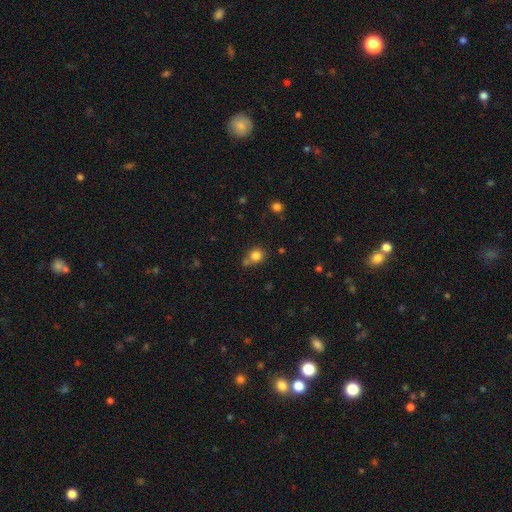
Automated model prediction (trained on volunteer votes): smooth-or-featured: smooth: 81% | star or artifact: 13% | featured or disk: 6%
  how-rounded: round: 84% | in between: 15% | cigar-shaped: 1%
  merging: none: 63% | merger: 19% | minor disturbance: 14% | major disturbance: 5%